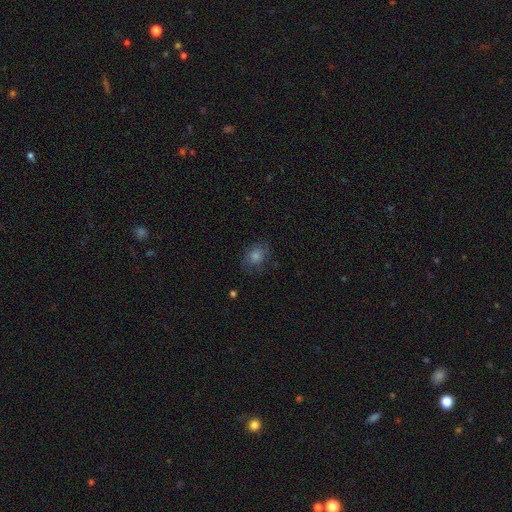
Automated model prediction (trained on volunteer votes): Smooth or featured: smooth — 69% (star or artifact — 19%)
How rounded: in between — 51% (round — 47%)
Merging: none — 80% (minor disturbance — 15%)